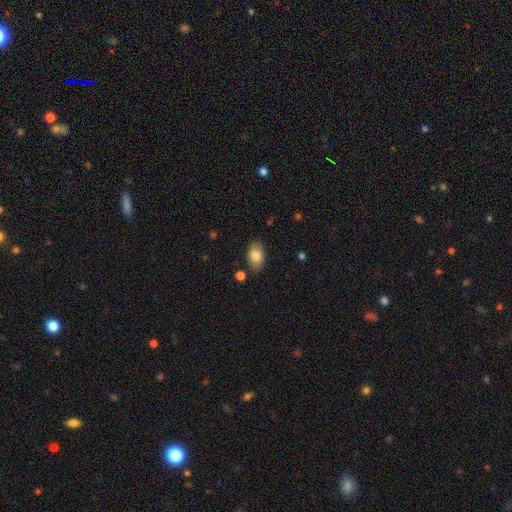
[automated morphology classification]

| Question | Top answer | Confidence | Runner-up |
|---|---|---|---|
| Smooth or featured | smooth | 83% | featured or disk (9%) |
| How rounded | in between | 89% | round (9%) |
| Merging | none | 83% | minor disturbance (12%) |